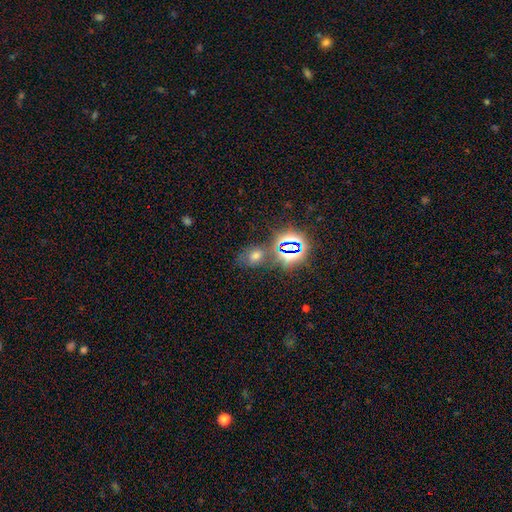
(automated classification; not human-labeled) Smooth or featured? smooth (47%)
Merging? none (65%)